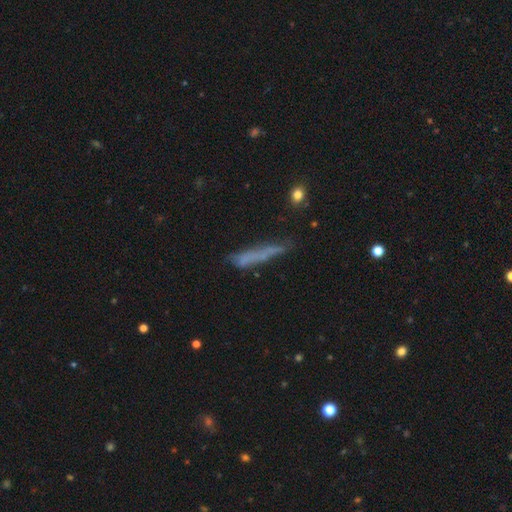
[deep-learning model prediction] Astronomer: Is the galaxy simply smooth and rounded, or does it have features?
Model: smooth — 59%.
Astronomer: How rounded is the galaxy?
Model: cigar-shaped — 92%.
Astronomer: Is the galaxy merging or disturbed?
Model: none — 63%.